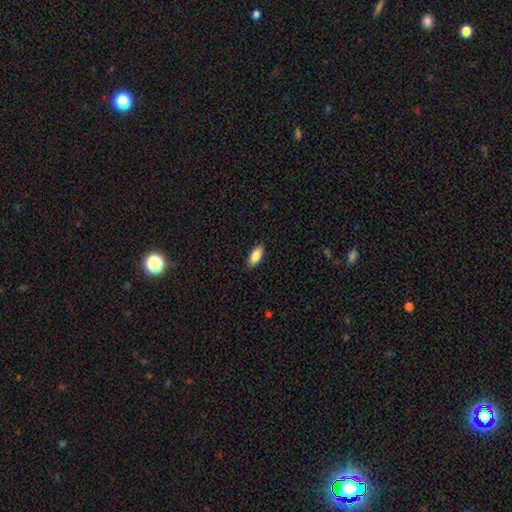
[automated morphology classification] Overall: smooth (87%). How rounded: in between (88%). Merging: none (88%).